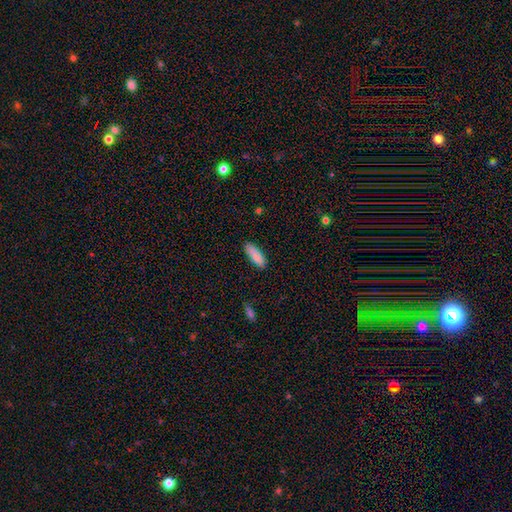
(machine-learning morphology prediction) A smooth galaxy with no disk features (88%) that is in between round and cigar-shaped (55%).

Vote fractions:
- Smooth or featured? smooth: 88% / star or artifact: 6% / featured or disk: 6%
- How rounded? in between: 55% / cigar-shaped: 43% / round: 2%
- Merging? none: 83% / minor disturbance: 13% / major disturbance: 2% / merger: 1%